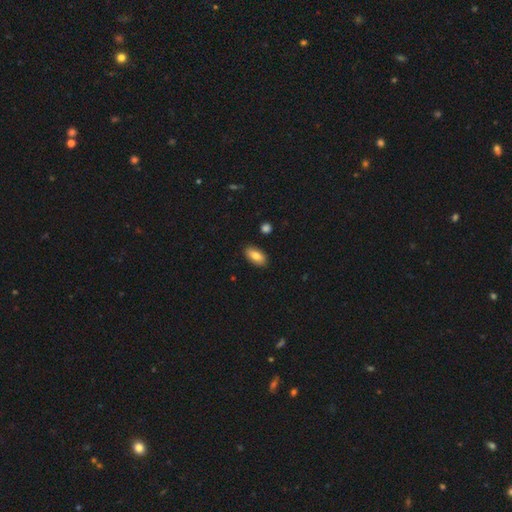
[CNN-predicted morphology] This is clearly a smooth galaxy (81%). How rounded: clearly in between (90%). Merging: clearly none (87%).